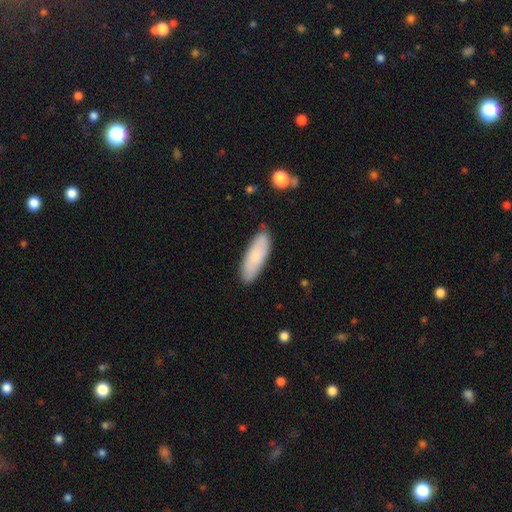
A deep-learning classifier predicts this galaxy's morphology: This is likely a smooth galaxy (76%). How rounded: possibly in between (55%). Merging: clearly none (83%).